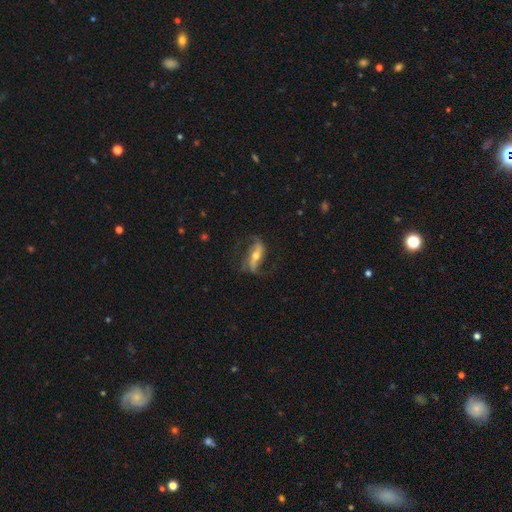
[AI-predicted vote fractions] Q: Smooth or featured?
A: featured or disk (76%); runner-up: smooth (17%)
Q: Edge-on disk?
A: no (81%); runner-up: yes (19%)
Q: Bar?
A: strong (52%); runner-up: no (24%)
Q: Spiral arms?
A: yes (89%); runner-up: no (11%)
Q: Spiral winding?
A: loose (72%); runner-up: medium (21%)
Q: Spiral arm count?
A: 2 (89%); runner-up: can't tell (4%)
Q: Bulge size?
A: moderate (61%); runner-up: small (32%)
Q: Merging?
A: none (67%); runner-up: minor disturbance (18%)